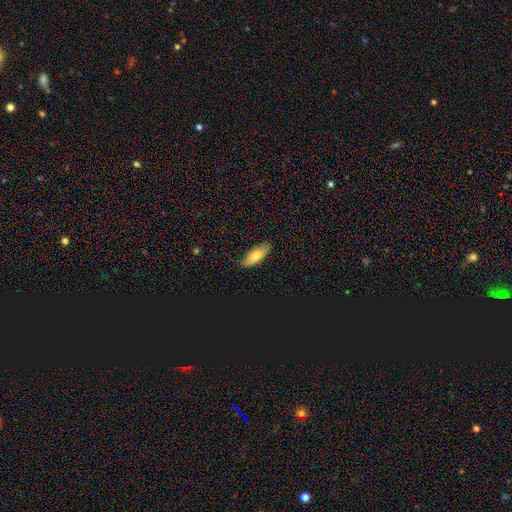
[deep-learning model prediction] A smooth galaxy with no disk features (71%) that is in between round and cigar-shaped (77%). Merging: none (85%).